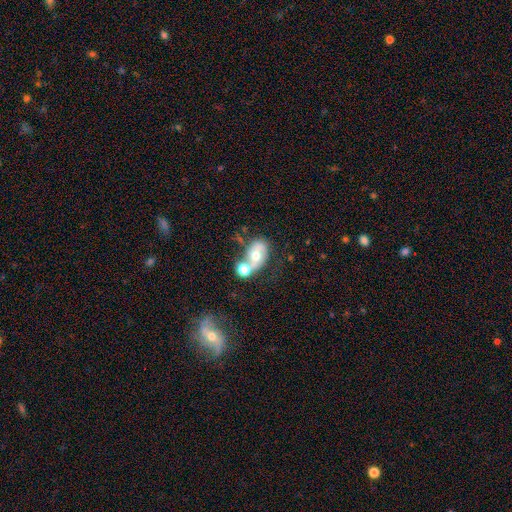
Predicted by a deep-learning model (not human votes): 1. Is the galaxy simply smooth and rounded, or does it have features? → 47% smooth, 43% featured or disk, 9% star or artifact.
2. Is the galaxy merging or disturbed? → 50% merger, 28% none, 13% minor disturbance, 9% major disturbance.